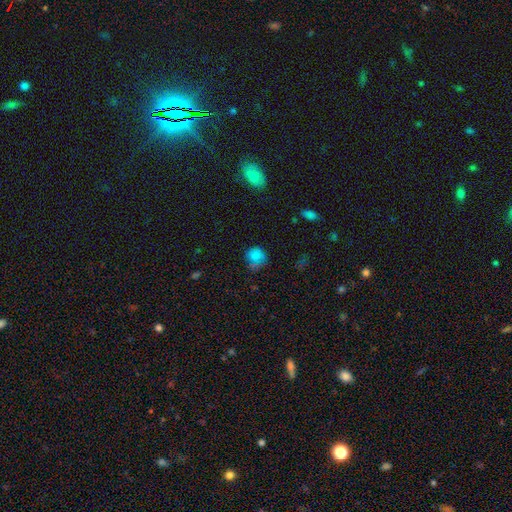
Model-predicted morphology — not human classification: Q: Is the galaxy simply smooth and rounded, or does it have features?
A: smooth — 78%.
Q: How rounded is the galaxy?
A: round — 77%.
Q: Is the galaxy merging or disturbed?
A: none — 50%.